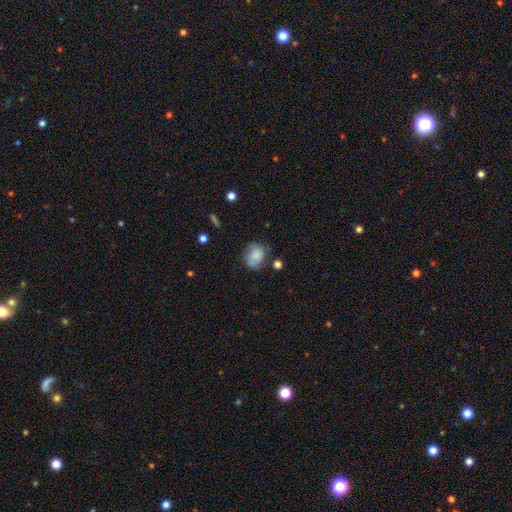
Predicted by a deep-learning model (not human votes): Smooth or featured? Predicted: smooth (p=0.77). How rounded? Predicted: round (p=0.53). Merging? Predicted: none (p=0.58).